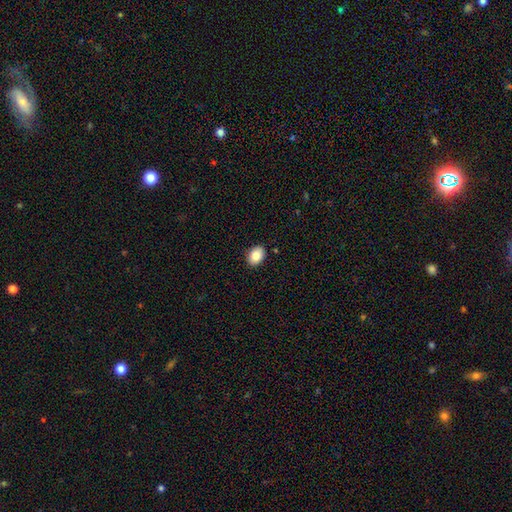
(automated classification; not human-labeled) Smooth or featured?
  - smooth: 85% *
  - star or artifact: 8%
  - featured or disk: 7%
How rounded?
  - in between: 73% *
  - round: 26%
  - cigar-shaped: 1%
Merging?
  - none: 89% *
  - minor disturbance: 8%
  - major disturbance: 2%
  - merger: 1%